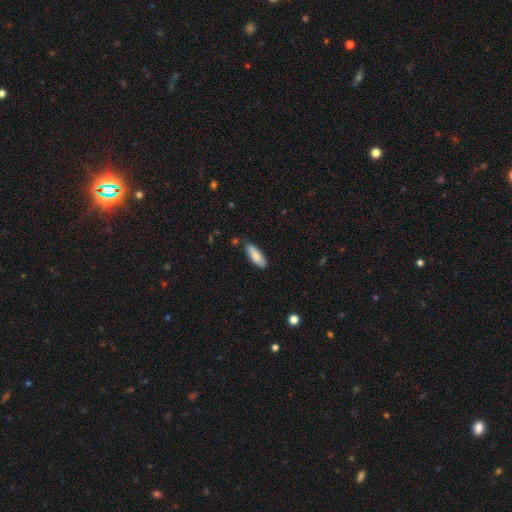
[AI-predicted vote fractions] This is clearly a smooth galaxy (85%). How rounded: possibly in between (58%). Merging: likely none (75%).